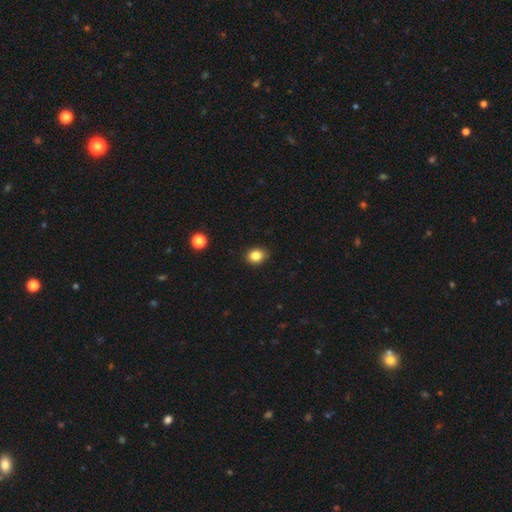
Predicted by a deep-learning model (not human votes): smooth 84%, star or artifact 11%, featured or disk 5%. Down the decision tree: how rounded — round (57%); merging — none (89%).